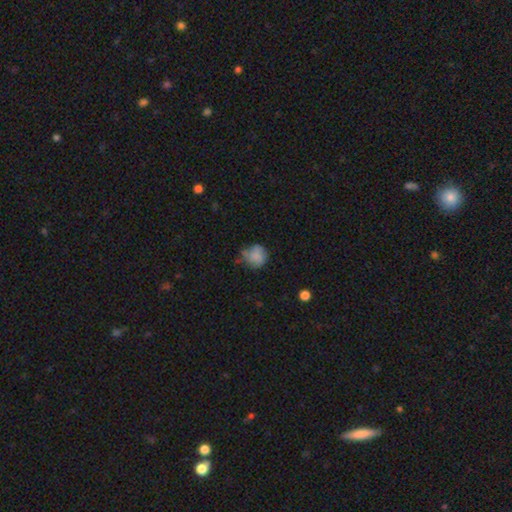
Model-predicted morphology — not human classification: smooth-or-featured: smooth: 75% | featured or disk: 15% | star or artifact: 10%
  how-rounded: round: 81% | in between: 18% | cigar-shaped: 1%
  merging: none: 53% | minor disturbance: 31% | major disturbance: 12% | merger: 4%